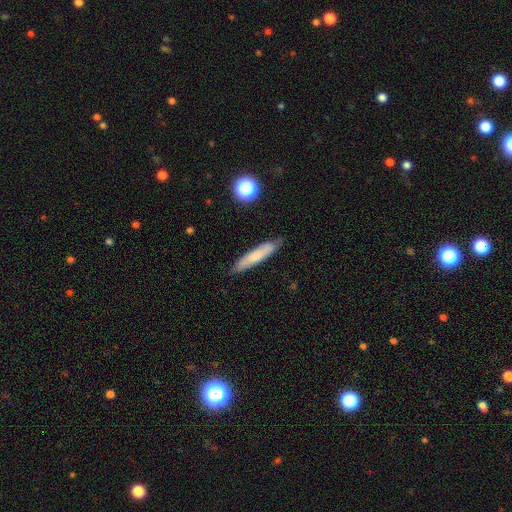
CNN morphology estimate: Overall: smooth (63%; featured or disk 29%). How rounded: cigar-shaped (89%). Merging: none (83%).